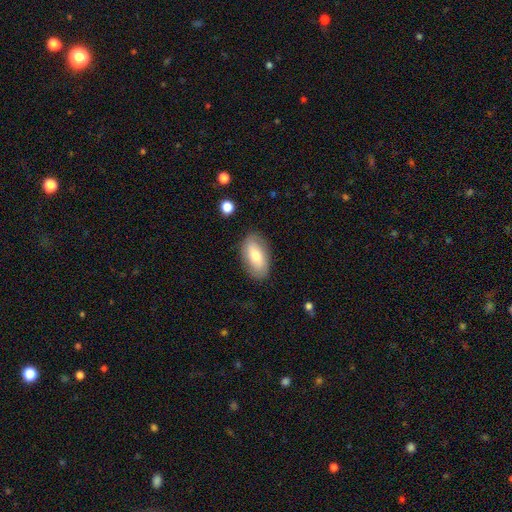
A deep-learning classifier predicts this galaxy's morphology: The model was most divided on "smooth or featured": smooth: 68%, featured or disk: 25%, star or artifact: 7%. More confident: how rounded — in between (93%); merging — none (84%).